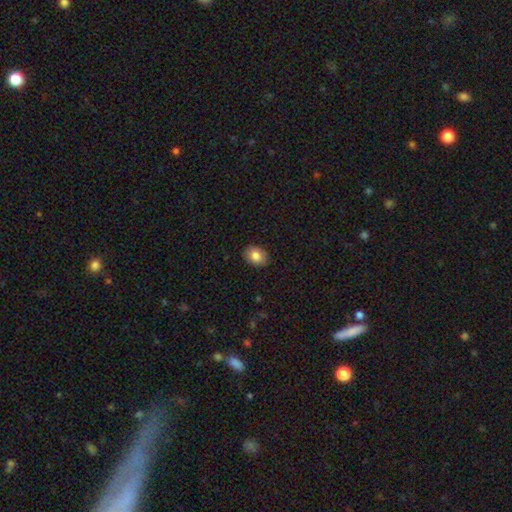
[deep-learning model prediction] Smooth or featured? smooth (82%)
How rounded? in between (71%)
Merging? none (88%)